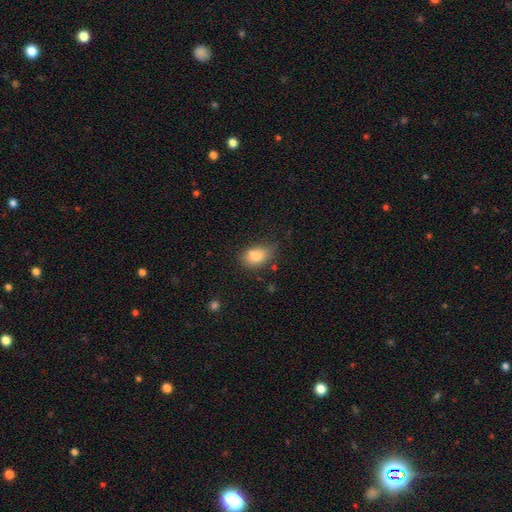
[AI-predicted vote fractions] Smooth or featured? smooth (82%)
How rounded? in between (78%)
Merging? none (45%)